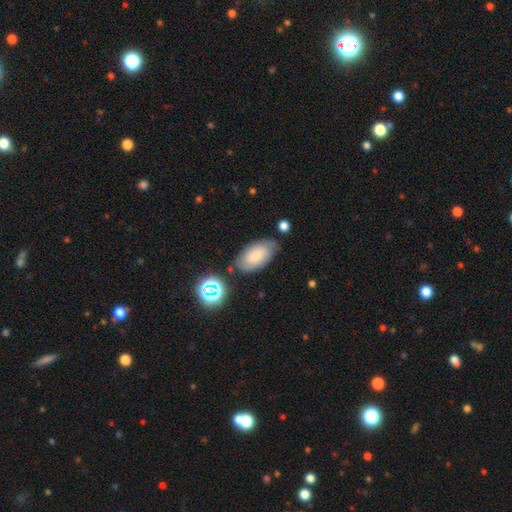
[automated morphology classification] A smooth galaxy with no disk features (76%) that is in between round and cigar-shaped (94%).

Vote fractions:
- Smooth or featured? smooth: 76% / featured or disk: 15% / star or artifact: 10%
- How rounded? in between: 94% / round: 4% / cigar-shaped: 3%
- Merging? none: 71% / minor disturbance: 19% / merger: 5% / major disturbance: 5%